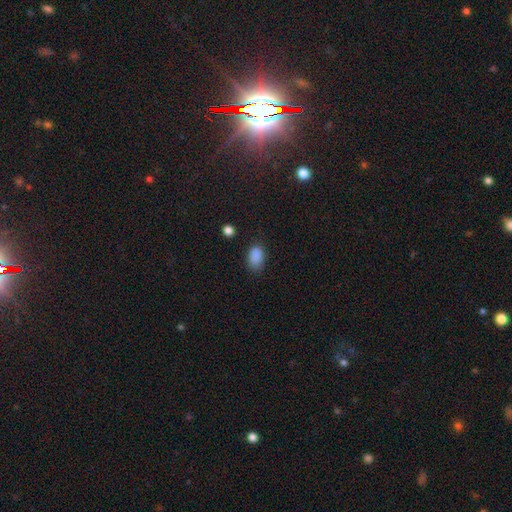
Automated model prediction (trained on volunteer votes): Smooth or featured: smooth — 87% (star or artifact — 10%)
How rounded: in between — 88% (round — 11%)
Merging: none — 75% (minor disturbance — 19%)